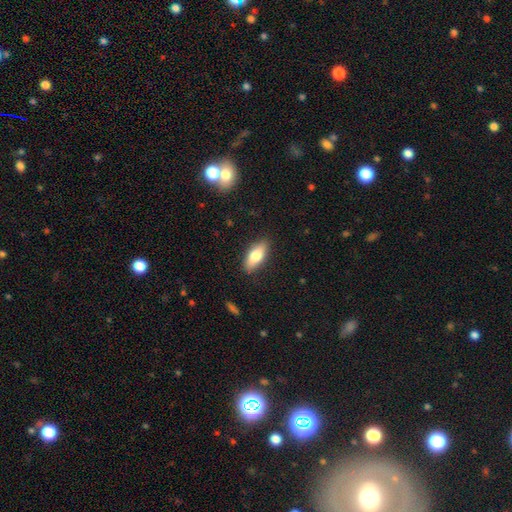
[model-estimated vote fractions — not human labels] This appears to be a smooth galaxy with no disk features (76%) that is in between round and cigar-shaped (79%). Merging: none (86%).